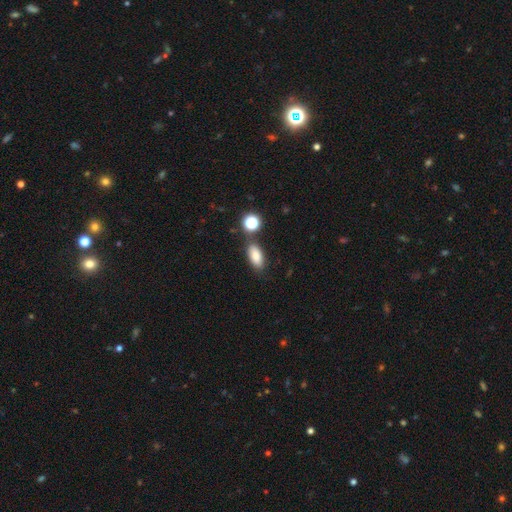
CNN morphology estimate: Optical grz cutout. It shows a smooth galaxy with no disk features (84%) that is in between round and cigar-shaped (86%). Merging: none (76%).